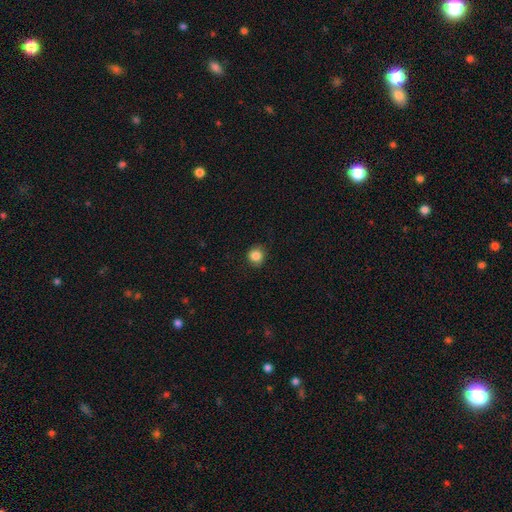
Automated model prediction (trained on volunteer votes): This is clearly a smooth galaxy (85%). How rounded: clearly round (89%). Merging: clearly none (84%).